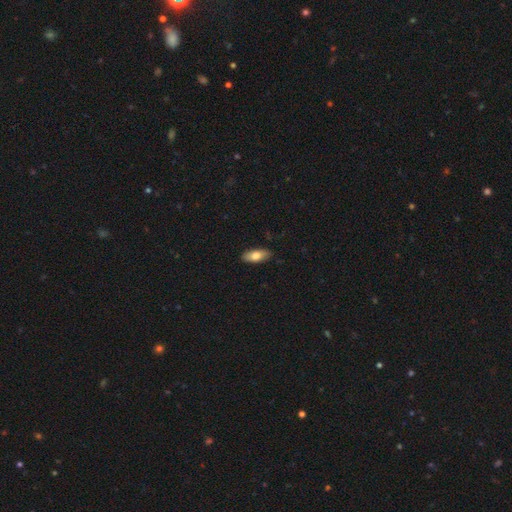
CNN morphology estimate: This is likely a smooth galaxy (77%). How rounded: clearly in between (83%). Merging: clearly none (88%).